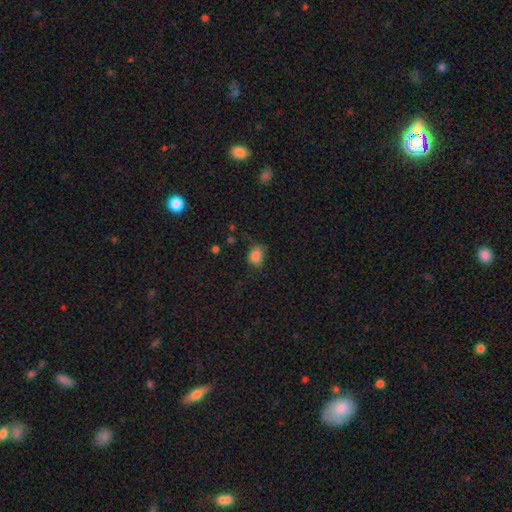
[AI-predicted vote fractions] Q: Smooth or featured?
A: smooth (83%); runner-up: star or artifact (11%)
Q: How rounded?
A: in between (58%); runner-up: round (41%)
Q: Merging?
A: none (61%); runner-up: minor disturbance (27%)